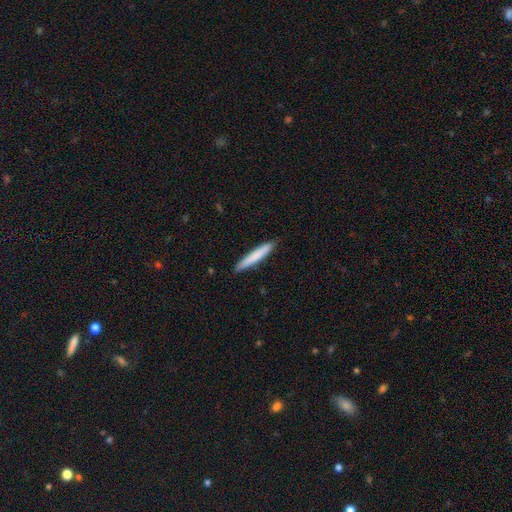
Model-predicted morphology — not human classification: A smooth galaxy with no disk features (77%) that is cigar-shaped (95%).

Vote fractions:
- Smooth or featured? smooth: 77% / featured or disk: 17% / star or artifact: 5%
- How rounded? cigar-shaped: 95% / in between: 4% / round: 1%
- Merging? none: 89% / minor disturbance: 8% / major disturbance: 1% / merger: 1%